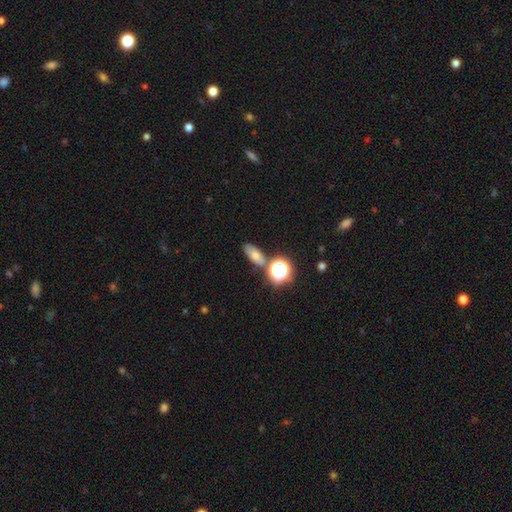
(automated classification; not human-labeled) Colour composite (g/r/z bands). It shows a smooth galaxy with no disk features (65%) that is in between round and cigar-shaped (72%). Merging: none (75%).